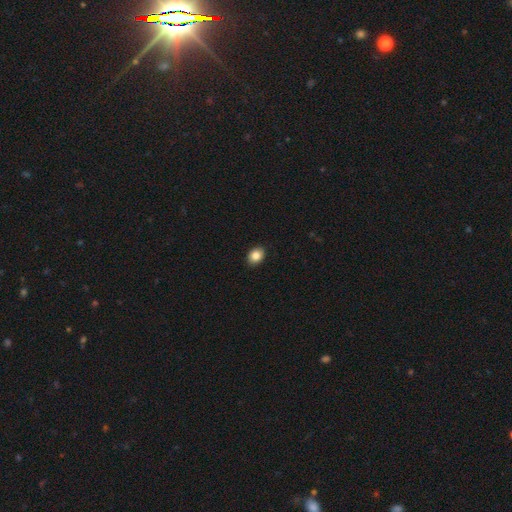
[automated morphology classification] A smooth galaxy with no disk features (86%) that is in between round and cigar-shaped (63%).

Vote fractions:
- Smooth or featured? smooth: 86% / star or artifact: 8% / featured or disk: 5%
- How rounded? in between: 63% / round: 36% / cigar-shaped: 1%
- Merging? none: 91% / minor disturbance: 7% / major disturbance: 2% / merger: 1%